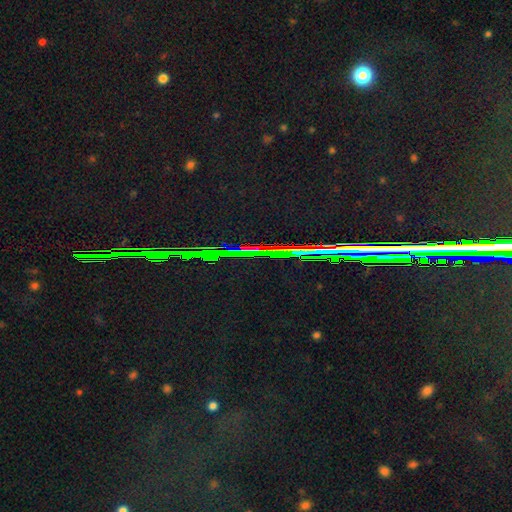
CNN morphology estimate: type=star or artifact (84%).